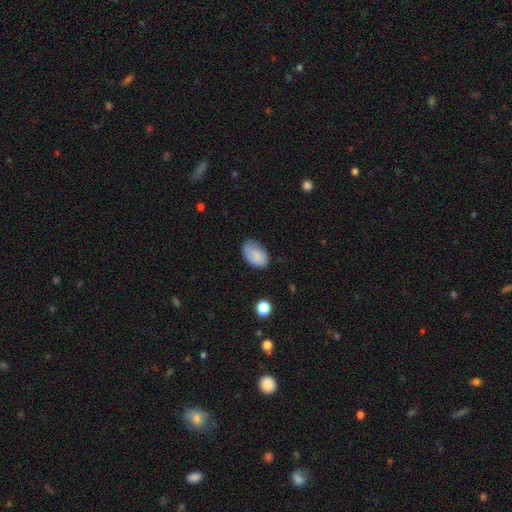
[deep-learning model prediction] Morphology: type=smooth (83%); roundness=in between (91%); merging=none (68%).